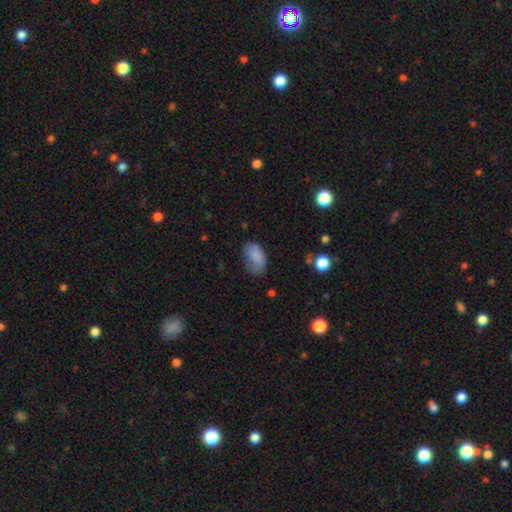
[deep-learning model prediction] Morphology: type=smooth (80%); roundness=in between (91%); merging=none (48%).